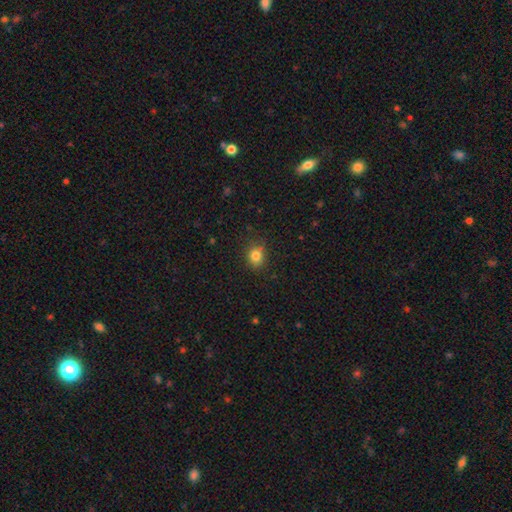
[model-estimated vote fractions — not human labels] Smooth or featured? smooth (82%)
How rounded? round (65%)
Merging? none (81%)